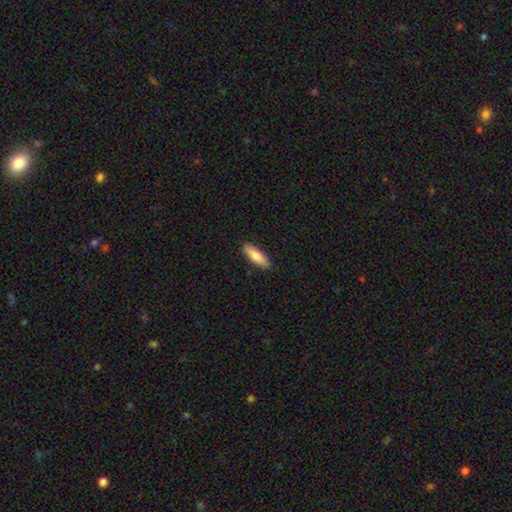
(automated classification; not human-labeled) Smooth or featured? smooth (82%)
How rounded? cigar-shaped (51%)
Merging? none (89%)